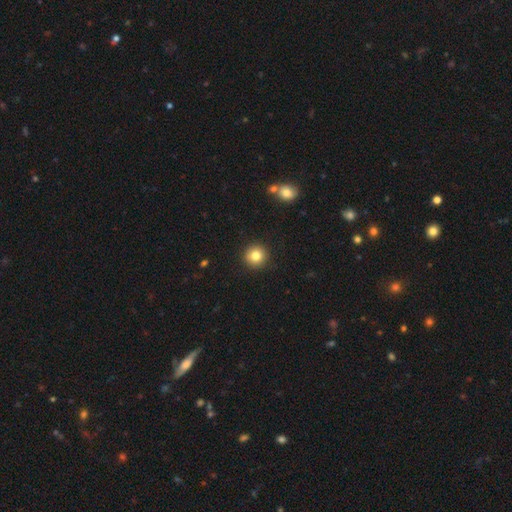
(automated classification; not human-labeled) A smooth galaxy with no disk features (82%) that is round (94%). Merging: none (93%).